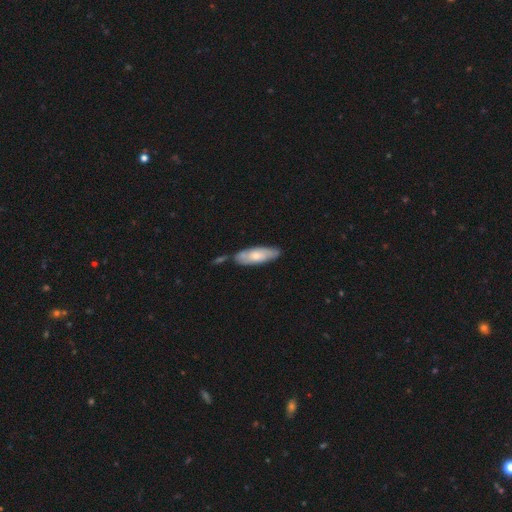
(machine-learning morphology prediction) smooth-or-featured: smooth: 59% | featured or disk: 36% | star or artifact: 5%
  how-rounded: in between: 61% | cigar-shaped: 37% | round: 2%
  merging: none: 66% | minor disturbance: 19% | merger: 11% | major disturbance: 4%